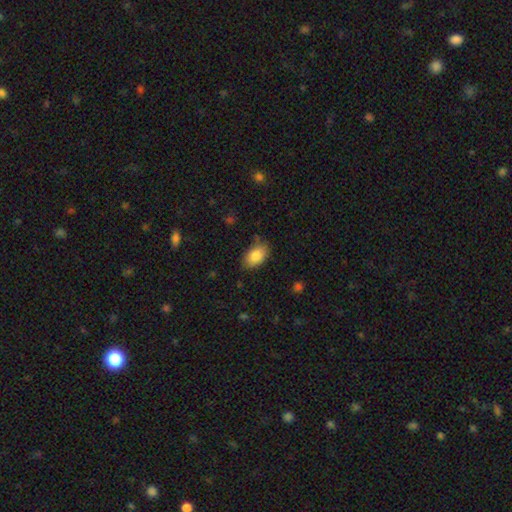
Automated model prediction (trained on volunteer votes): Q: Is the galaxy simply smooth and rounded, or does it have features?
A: smooth — 85%.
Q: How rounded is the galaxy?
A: in between — 91%.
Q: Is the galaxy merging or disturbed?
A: none — 77%.